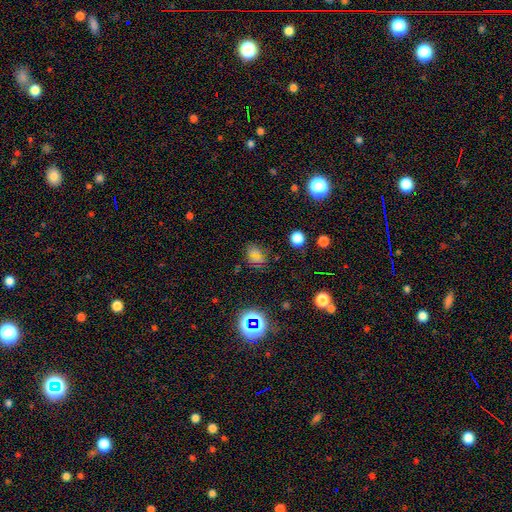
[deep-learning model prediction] smooth_or_featured: smooth (p=0.52) [alt: star or artifact p=0.39]
how_rounded: round (p=0.59) [alt: in between p=0.39]
merging: none (p=0.79) [alt: minor disturbance p=0.13]